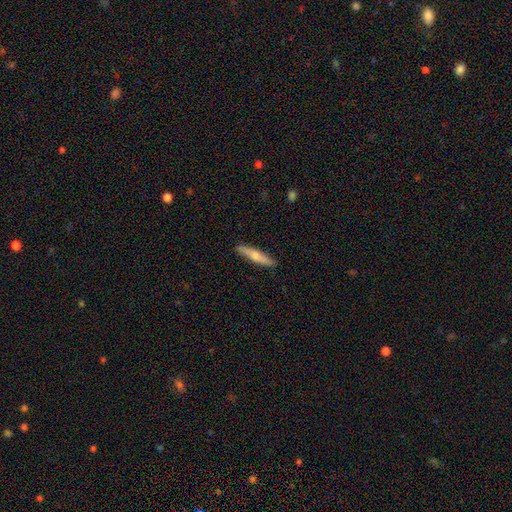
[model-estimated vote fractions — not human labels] A smooth galaxy with no disk features (61%) that is cigar-shaped (89%).

Vote fractions:
- Smooth or featured? smooth: 61% / featured or disk: 34% / star or artifact: 5%
- How rounded? cigar-shaped: 89% / in between: 10% / round: 2%
- Merging? none: 89% / minor disturbance: 8% / major disturbance: 2% / merger: 1%